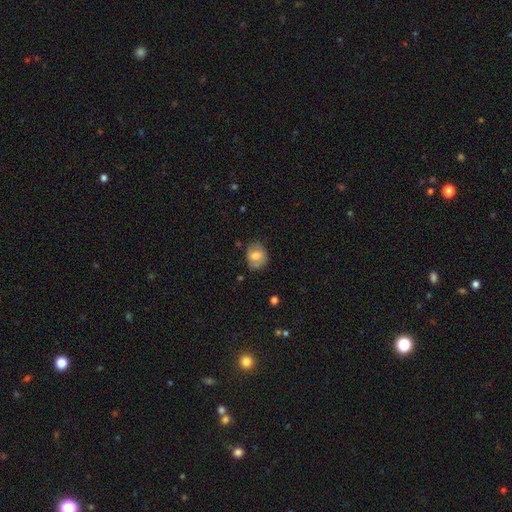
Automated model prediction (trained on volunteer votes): Q: Smooth or featured?
A: smooth (63%); runner-up: featured or disk (29%)
Q: How rounded?
A: round (58%); runner-up: in between (41%)
Q: Merging?
A: none (69%); runner-up: minor disturbance (23%)